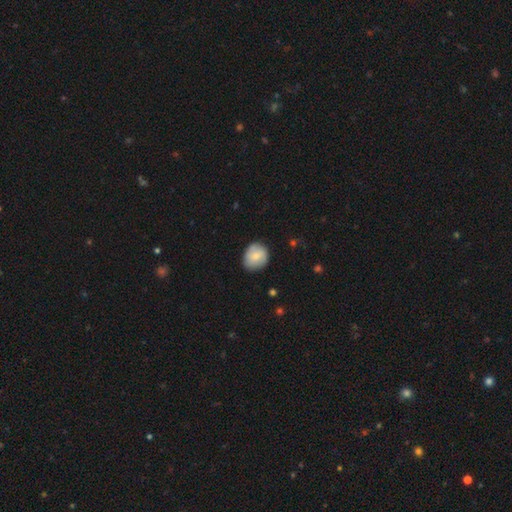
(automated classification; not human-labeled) The model was most divided on "smooth or featured": smooth: 71%, featured or disk: 22%, star or artifact: 7%. More confident: how rounded — round (79%); merging — none (78%).